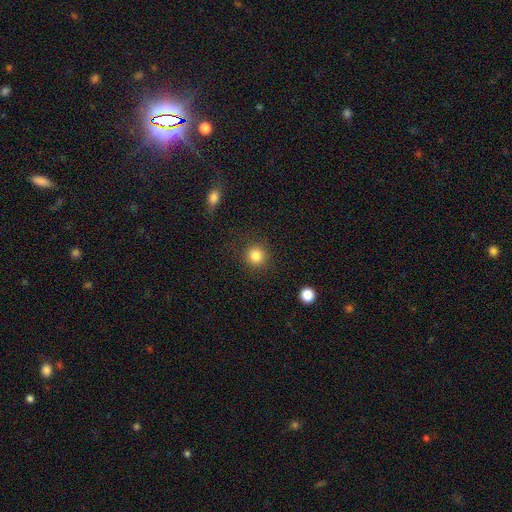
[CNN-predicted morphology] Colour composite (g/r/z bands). It shows a smooth galaxy with no disk features (84%) that is round (93%). Merging: none (88%).